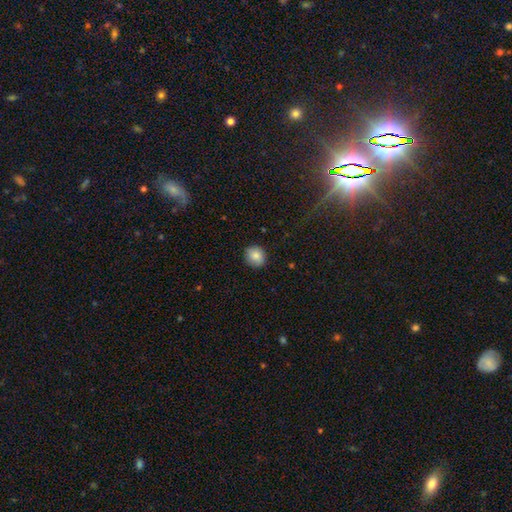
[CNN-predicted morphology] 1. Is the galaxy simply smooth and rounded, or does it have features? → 86% smooth, 9% star or artifact, 6% featured or disk.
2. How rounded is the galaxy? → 80% round, 19% in between, 1% cigar-shaped.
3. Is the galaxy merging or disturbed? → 88% none, 8% minor disturbance, 2% major disturbance, 1% merger.